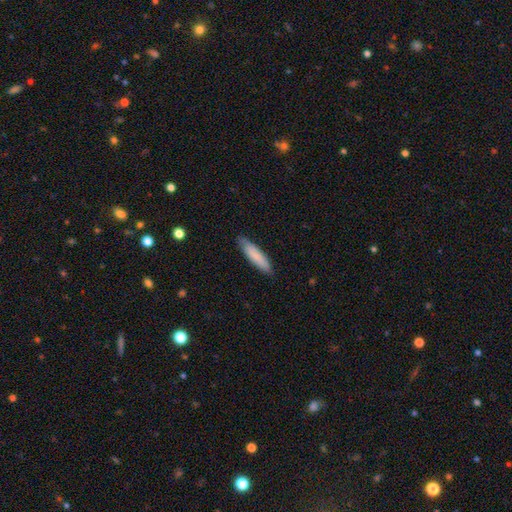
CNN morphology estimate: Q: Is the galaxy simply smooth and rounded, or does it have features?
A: smooth — 82%.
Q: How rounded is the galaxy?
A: cigar-shaped — 74%.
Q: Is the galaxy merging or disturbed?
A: none — 83%.